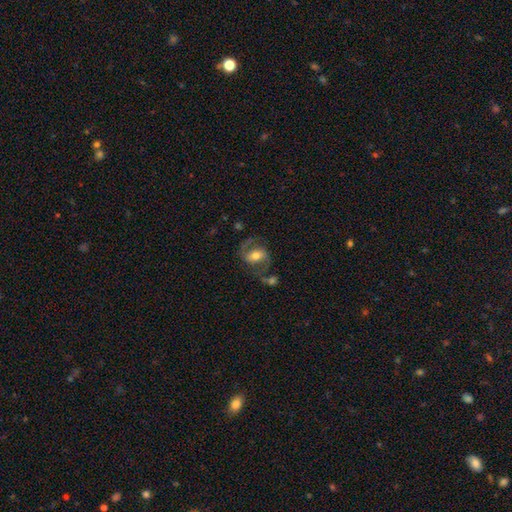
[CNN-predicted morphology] This is likely a featured or disk galaxy (69%). It is clearly not viewed edge-on (96%). Bar: marginally weak (37%). Spiral arm pattern: clearly yes (86%). Spiral arm count: clearly 2 (87%). Spiral winding: possibly medium (54%). Central bulge: likely moderate (65%). Merging: likely none (61%).